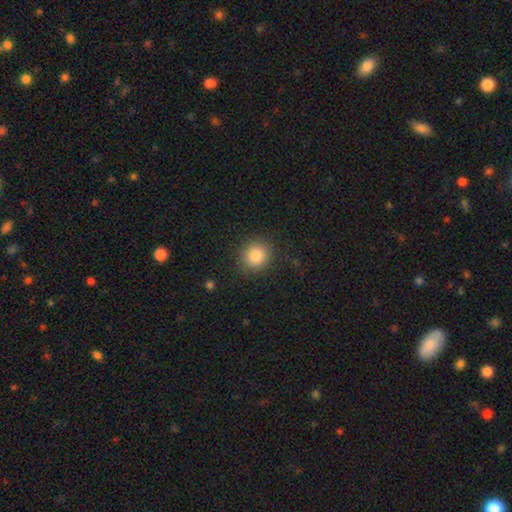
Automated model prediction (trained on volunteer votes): This appears to be a smooth galaxy with no disk features (85%) that is round (80%). Merging: none (87%).